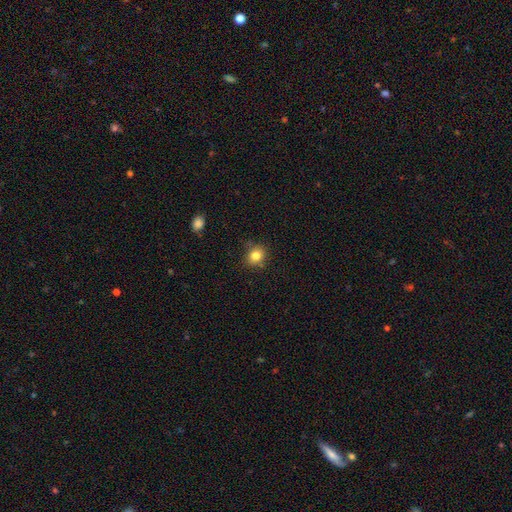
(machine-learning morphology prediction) A smooth galaxy with no disk features (83%) that is round (76%). Merging: none (81%).